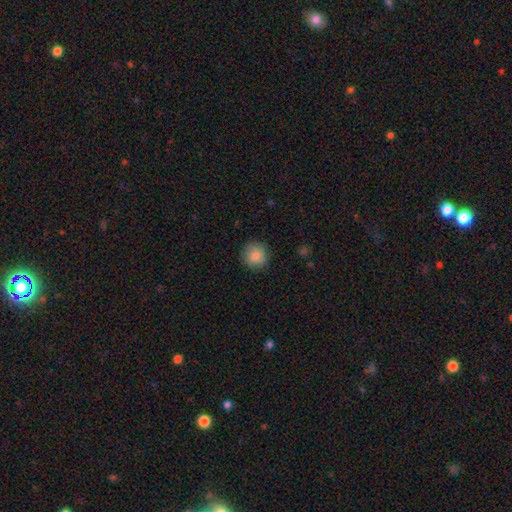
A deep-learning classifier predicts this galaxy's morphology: Smooth or featured?
  - smooth: 85% *
  - star or artifact: 9%
  - featured or disk: 6%
How rounded?
  - round: 94% *
  - in between: 5%
  - cigar-shaped: 1%
Merging?
  - none: 89% *
  - minor disturbance: 8%
  - major disturbance: 2%
  - merger: 1%